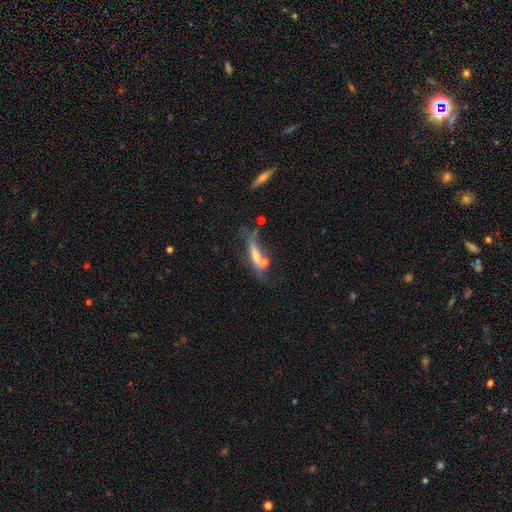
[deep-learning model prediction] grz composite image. It shows a featured or disk galaxy (55%) viewed edge-on (79%). Merging: none (49%).